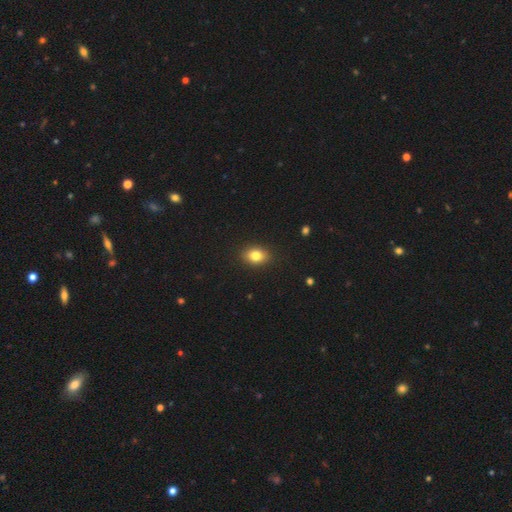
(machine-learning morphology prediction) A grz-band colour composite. It shows a smooth galaxy with no disk features (82%) that is in between round and cigar-shaped (71%). Merging: none (89%).